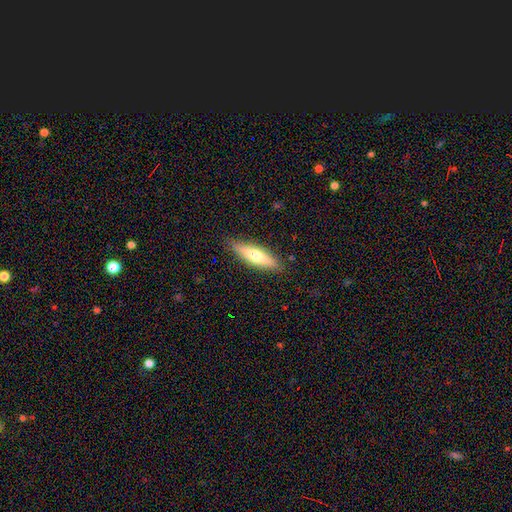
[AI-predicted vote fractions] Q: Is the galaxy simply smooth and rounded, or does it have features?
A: smooth — 54%.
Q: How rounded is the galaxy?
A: cigar-shaped — 68%.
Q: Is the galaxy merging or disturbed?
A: none — 86%.